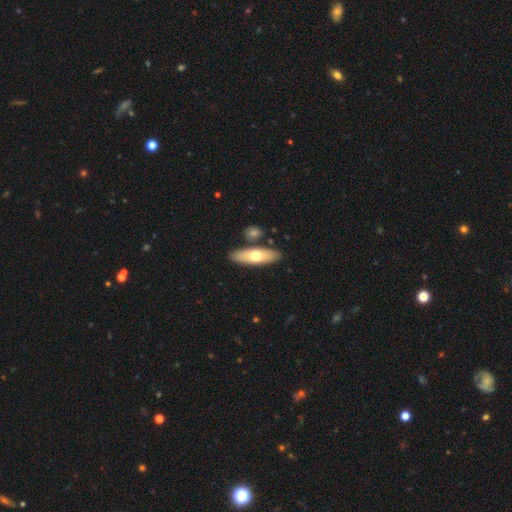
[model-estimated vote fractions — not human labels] smooth-or-featured: smooth: 63% | featured or disk: 32% | star or artifact: 5%
  how-rounded: in between: 49% | cigar-shaped: 48% | round: 3%
  merging: none: 82% | minor disturbance: 9% | merger: 7% | major disturbance: 2%